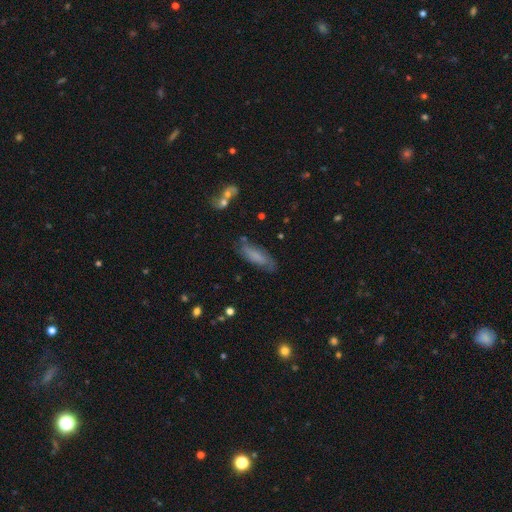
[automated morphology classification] smooth 64%, featured or disk 27%, star or artifact 9%. Down the decision tree: how rounded — cigar-shaped (49%, tied with in between); merging — none (73%).